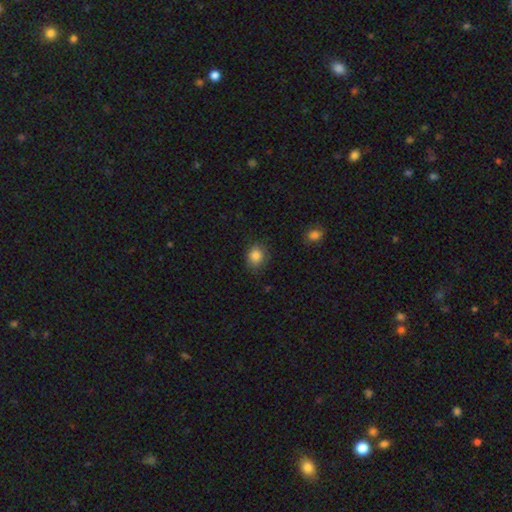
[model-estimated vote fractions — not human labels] A smooth galaxy with no disk features (85%) that is round (63%). Merging: none (79%).